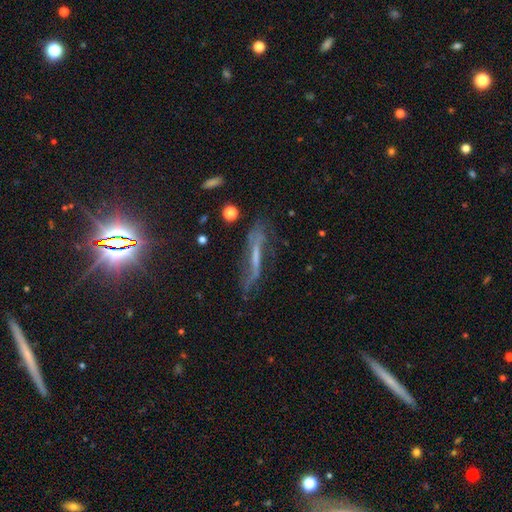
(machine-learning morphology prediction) smooth_or_featured: featured or disk (p=0.60) [alt: smooth p=0.24]
disk_edge_on: yes (p=0.50) [tied with: no p=0.50]
merging: none (p=0.54) [alt: minor disturbance p=0.25]